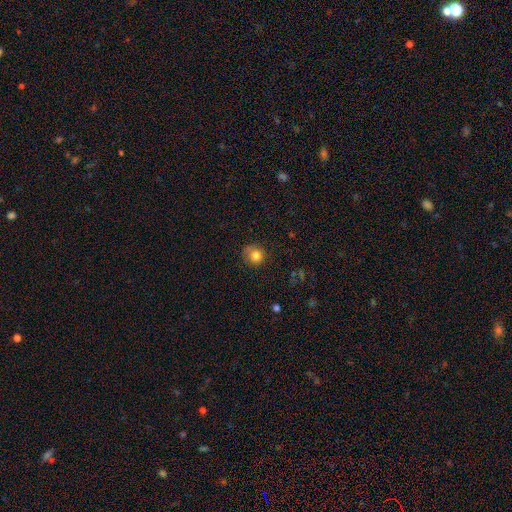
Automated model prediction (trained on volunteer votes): A smooth galaxy with no disk features (81%) that is round (86%). Merging: none (65%).